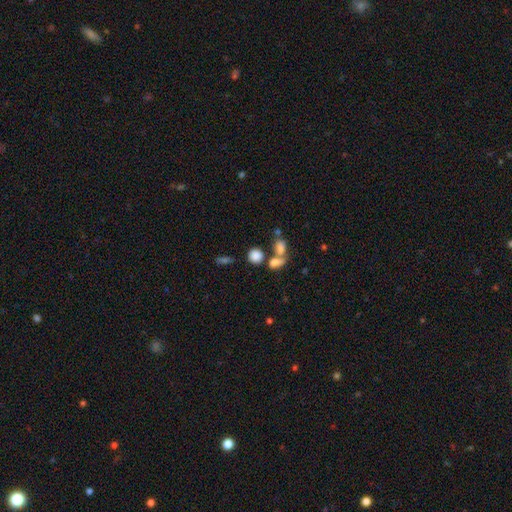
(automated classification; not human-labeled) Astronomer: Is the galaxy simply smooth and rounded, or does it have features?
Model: smooth — 80%.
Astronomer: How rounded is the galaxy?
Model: round — 69%.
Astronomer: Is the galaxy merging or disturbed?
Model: none — 48% (runner-up: merger, 36%).